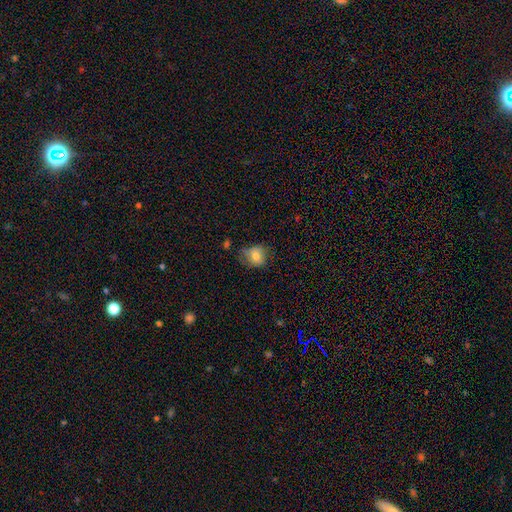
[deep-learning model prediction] smooth 73%, featured or disk 17%, star or artifact 10%. Down the decision tree: how rounded — round (63%); merging — none (54%).